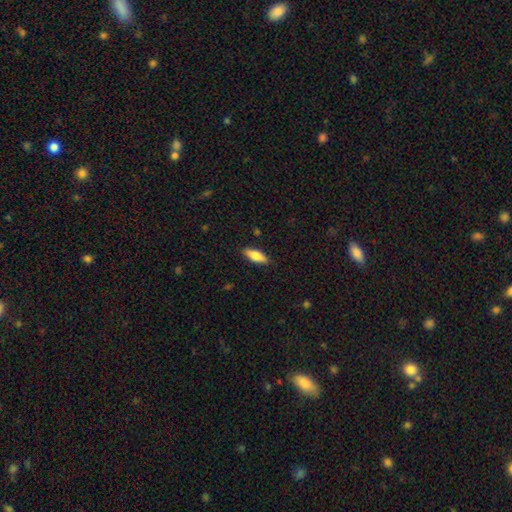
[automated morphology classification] Smooth or featured?
  - smooth: 78% *
  - featured or disk: 16%
  - star or artifact: 6%
How rounded?
  - in between: 68% *
  - cigar-shaped: 30%
  - round: 2%
Merging?
  - none: 87% *
  - minor disturbance: 10%
  - major disturbance: 2%
  - merger: 1%